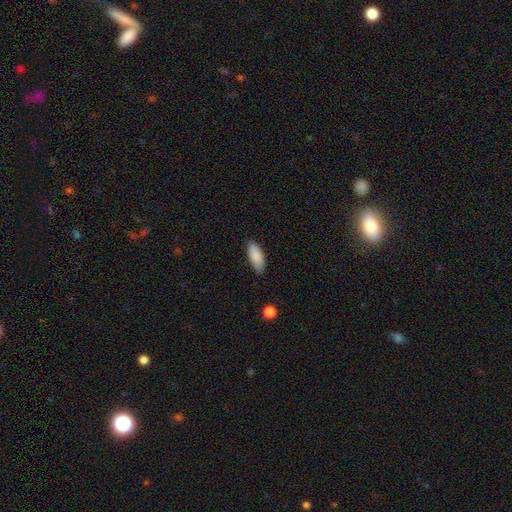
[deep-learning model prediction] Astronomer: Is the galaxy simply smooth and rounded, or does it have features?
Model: smooth — 88%.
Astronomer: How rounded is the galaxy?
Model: in between — 81%.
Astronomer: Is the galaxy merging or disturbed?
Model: none — 78%.